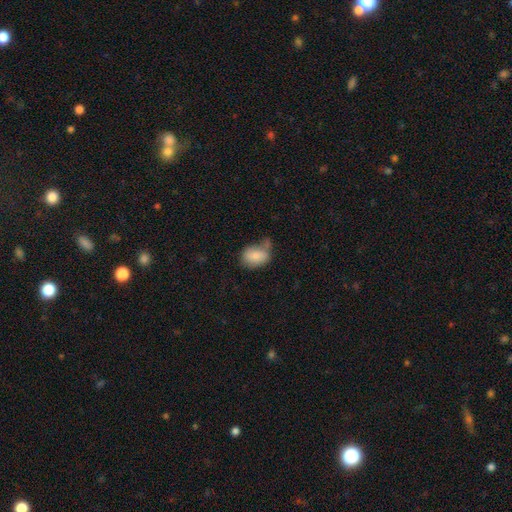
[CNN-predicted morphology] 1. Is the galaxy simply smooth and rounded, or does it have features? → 80% smooth, 12% featured or disk, 8% star or artifact.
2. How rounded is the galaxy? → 74% in between, 24% round, 1% cigar-shaped.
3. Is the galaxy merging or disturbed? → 42% none, 29% minor disturbance, 16% merger, 12% major disturbance.